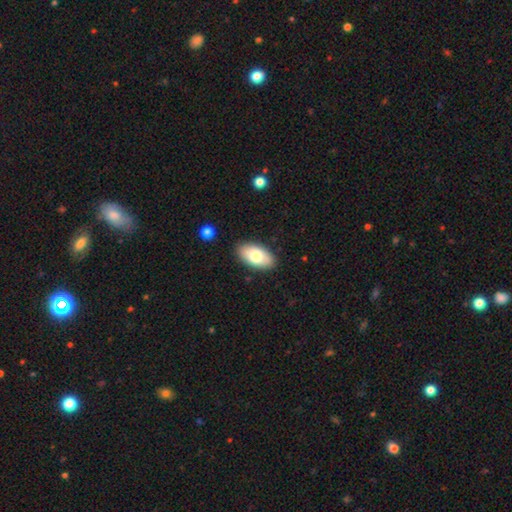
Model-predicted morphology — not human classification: A smooth galaxy with no disk features (77%) that is in between round and cigar-shaped (94%).

Vote fractions:
- Smooth or featured? smooth: 77% / featured or disk: 16% / star or artifact: 6%
- How rounded? in between: 94% / cigar-shaped: 3% / round: 3%
- Merging? none: 88% / minor disturbance: 9% / major disturbance: 2% / merger: 1%